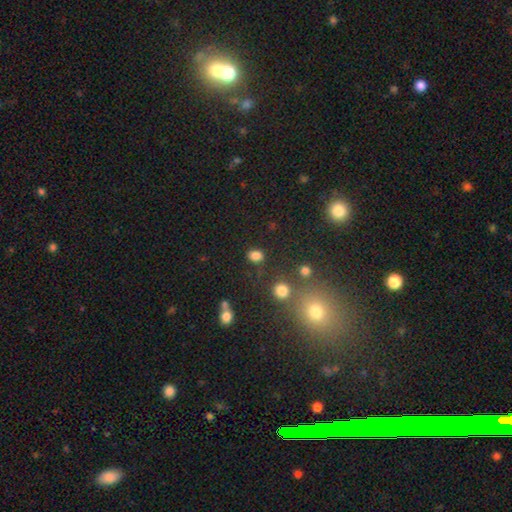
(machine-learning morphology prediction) Smooth or featured? smooth (81%)
How rounded? in between (61%)
Merging? none (75%)